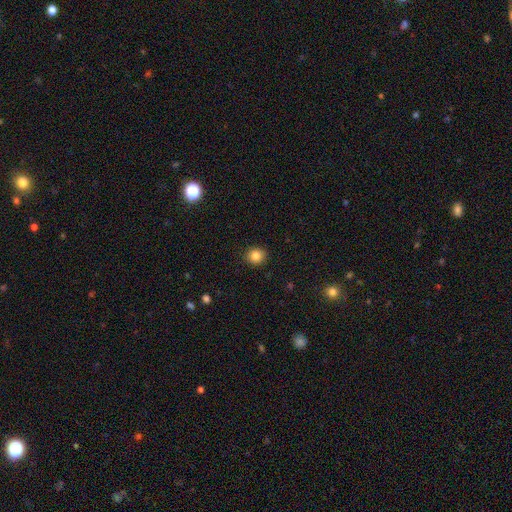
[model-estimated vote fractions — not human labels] smooth 85%, star or artifact 11%, featured or disk 5%. Down the decision tree: how rounded — round (86%); merging — none (91%).